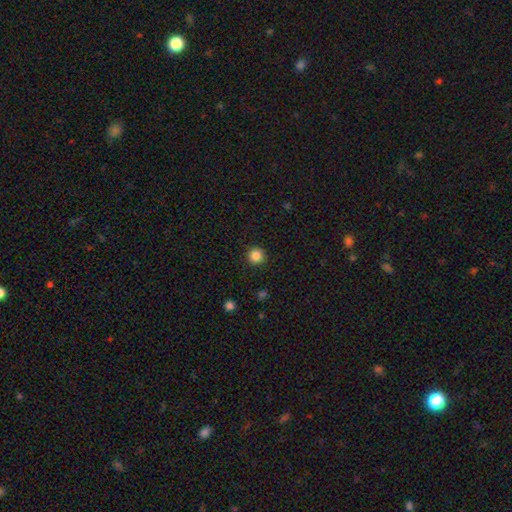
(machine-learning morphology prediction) Q: Smooth or featured?
A: smooth (86%); runner-up: star or artifact (11%)
Q: How rounded?
A: round (95%); runner-up: in between (4%)
Q: Merging?
A: none (92%); runner-up: minor disturbance (5%)